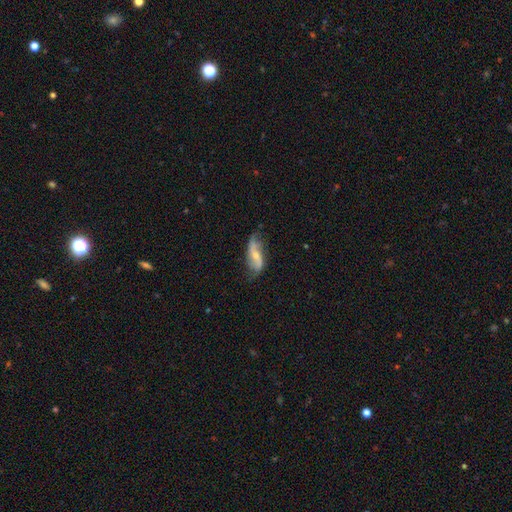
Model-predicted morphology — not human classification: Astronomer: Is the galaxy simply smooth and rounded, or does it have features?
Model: featured or disk — 74%.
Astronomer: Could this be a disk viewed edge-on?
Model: no — 91%.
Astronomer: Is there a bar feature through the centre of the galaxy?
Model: weak — 38% (runner-up: no, 35%).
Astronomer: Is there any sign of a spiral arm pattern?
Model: yes — 91%.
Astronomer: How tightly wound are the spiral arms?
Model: loose — 81%.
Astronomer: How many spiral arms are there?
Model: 2 — 90%.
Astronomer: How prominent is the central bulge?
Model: small — 54% (runner-up: moderate, 39%).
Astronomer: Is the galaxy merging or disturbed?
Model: none — 66%.